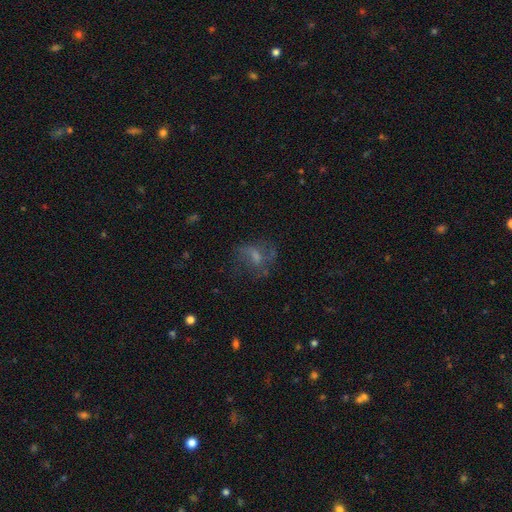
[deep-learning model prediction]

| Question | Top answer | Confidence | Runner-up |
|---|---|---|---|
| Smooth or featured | featured or disk | 47% | smooth (33%) |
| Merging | none | 53% | major disturbance (24%) |